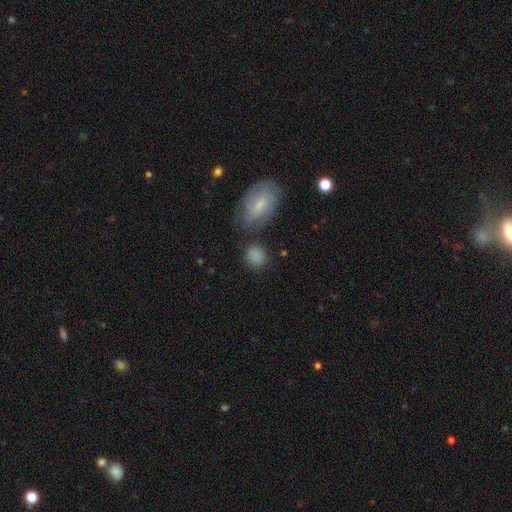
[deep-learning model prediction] Overall: smooth (84%). How rounded: round (57%; in between 41%). Merging: none (69%).